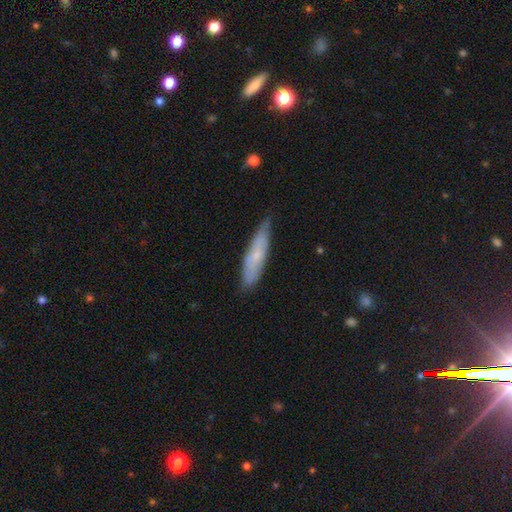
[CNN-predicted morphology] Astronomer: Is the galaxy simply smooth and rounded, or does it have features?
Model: smooth — 54% (runner-up: featured or disk, 40%).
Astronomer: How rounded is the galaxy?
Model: cigar-shaped — 76%.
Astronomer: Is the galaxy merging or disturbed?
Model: none — 72%.